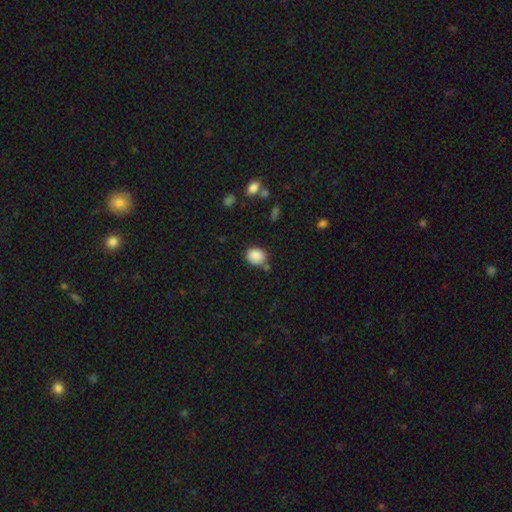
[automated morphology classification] The model was most divided on "how rounded": round: 63%, in between: 36%, cigar-shaped: 1%. More confident: smooth or featured — smooth (87%); merging — none (73%).